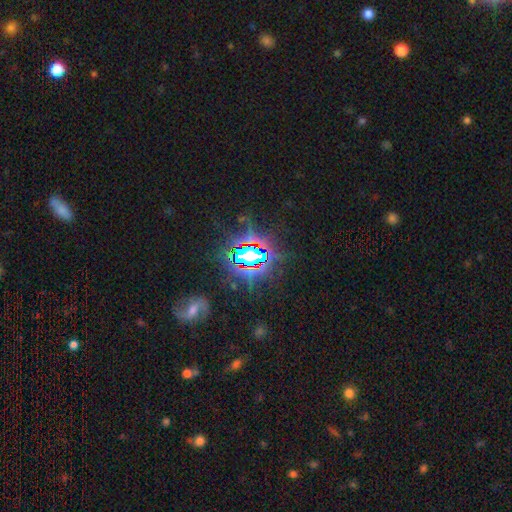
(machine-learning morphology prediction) Smooth or featured? Predicted: star or artifact (p=0.79).